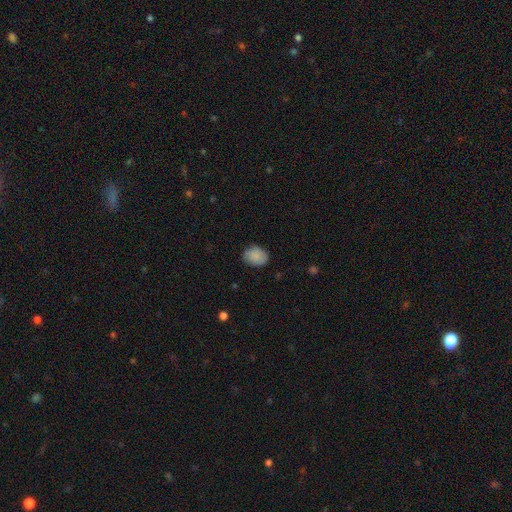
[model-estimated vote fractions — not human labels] The model was most divided on "how rounded": in between: 63%, round: 36%, cigar-shaped: 1%. More confident: smooth or featured — smooth (83%); merging — none (77%).